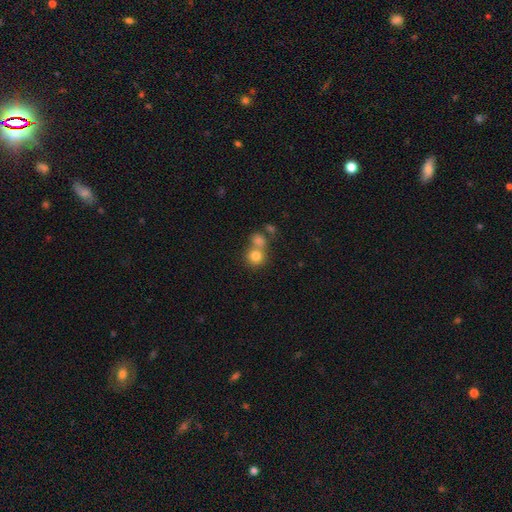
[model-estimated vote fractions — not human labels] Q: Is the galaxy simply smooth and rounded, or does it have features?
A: smooth — 79%.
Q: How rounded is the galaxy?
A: round — 86%.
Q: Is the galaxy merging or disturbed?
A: none — 49%.